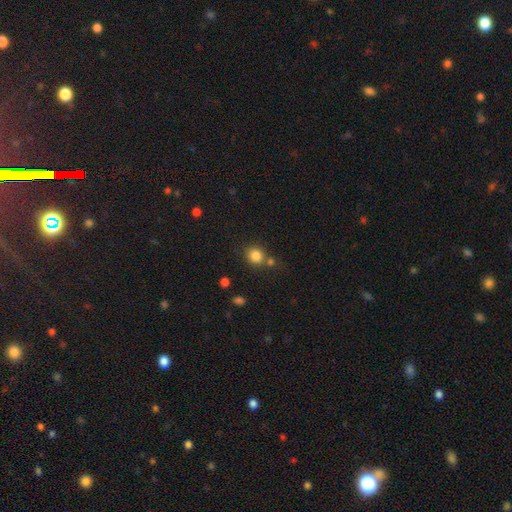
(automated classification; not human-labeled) This is clearly a smooth galaxy (83%). How rounded: likely round (79%). Merging: likely none (68%).